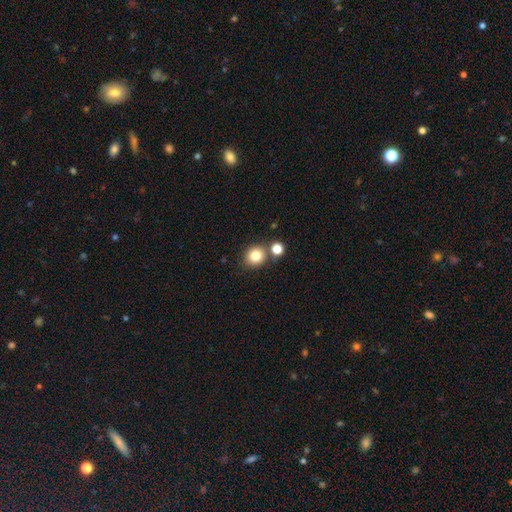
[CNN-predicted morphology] Q: Smooth or featured?
A: smooth (81%); runner-up: star or artifact (12%)
Q: How rounded?
A: round (79%); runner-up: in between (20%)
Q: Merging?
A: none (71%); runner-up: merger (16%)